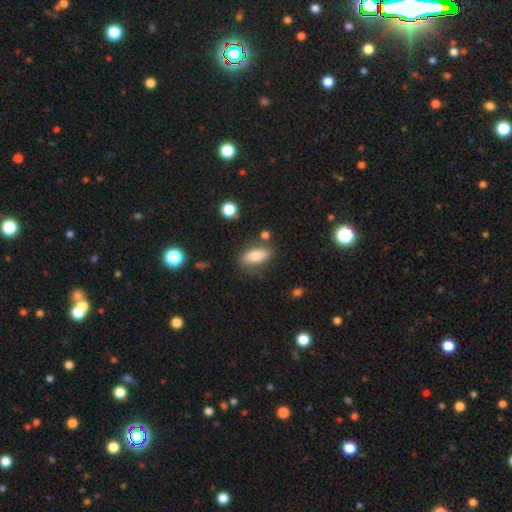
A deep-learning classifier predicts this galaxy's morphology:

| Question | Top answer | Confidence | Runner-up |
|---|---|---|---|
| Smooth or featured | smooth | 74% | featured or disk (18%) |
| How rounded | in between | 82% | cigar-shaped (14%) |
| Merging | none | 72% | minor disturbance (17%) |